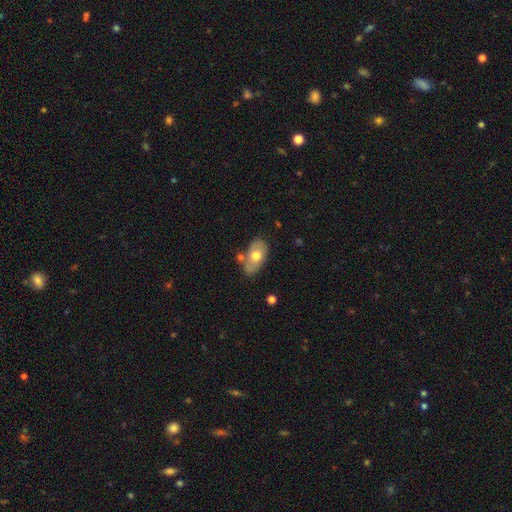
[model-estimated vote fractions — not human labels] Q: Smooth or featured?
A: smooth (62%); runner-up: featured or disk (32%)
Q: How rounded?
A: in between (91%); runner-up: round (7%)
Q: Merging?
A: none (61%); runner-up: minor disturbance (19%)